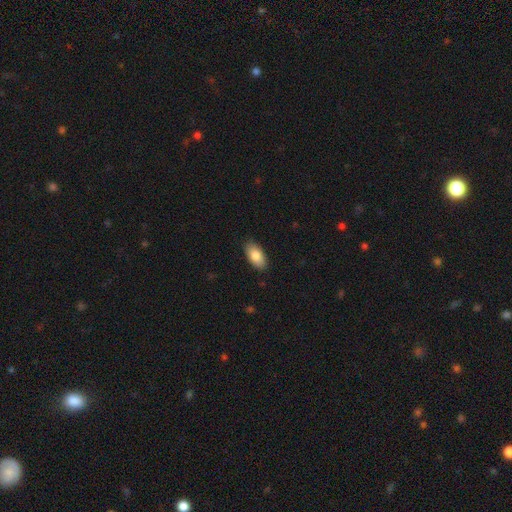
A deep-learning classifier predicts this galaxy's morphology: Smooth or featured? smooth (83%)
How rounded? in between (93%)
Merging? none (88%)